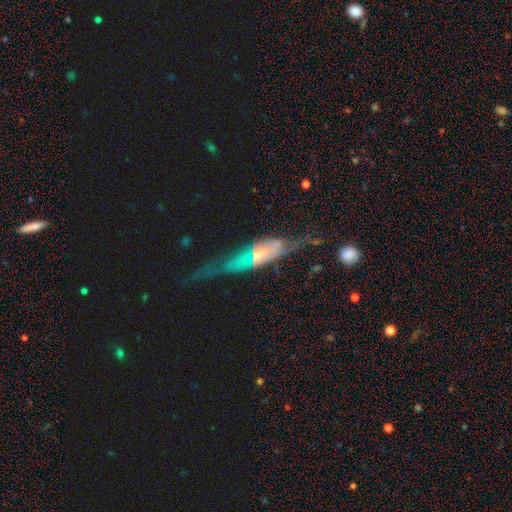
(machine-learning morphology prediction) Q: Smooth or featured?
A: featured or disk (71%); runner-up: smooth (20%)
Q: Edge-on disk?
A: yes (70%); runner-up: no (30%)
Q: Merging?
A: none (48%); runner-up: minor disturbance (24%)